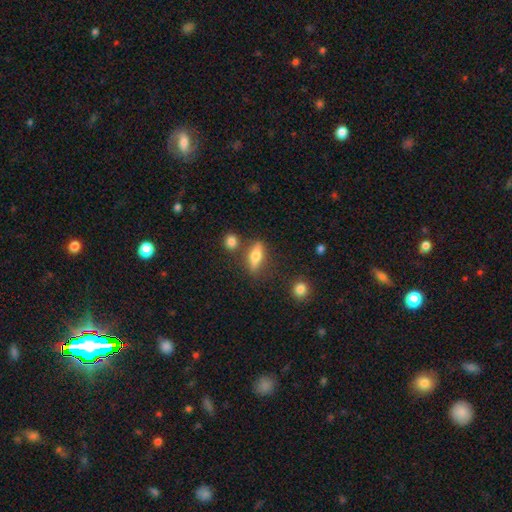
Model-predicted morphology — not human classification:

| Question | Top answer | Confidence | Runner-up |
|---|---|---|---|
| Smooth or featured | smooth | 61% | featured or disk (31%) |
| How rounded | in between | 54% | cigar-shaped (40%) |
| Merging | none | 73% | minor disturbance (13%) |